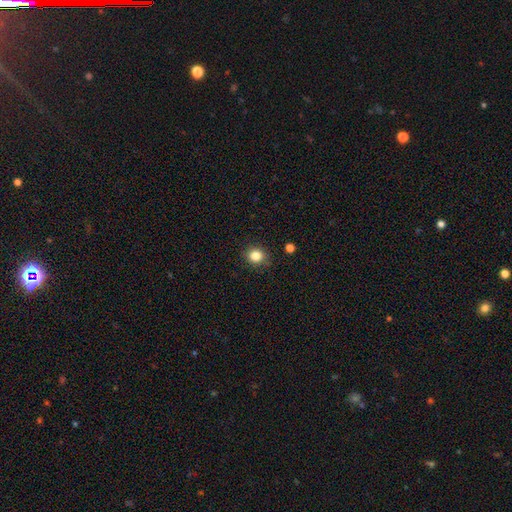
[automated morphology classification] Smooth or featured?
  - smooth: 84% *
  - star or artifact: 11%
  - featured or disk: 5%
How rounded?
  - round: 80% *
  - in between: 19%
  - cigar-shaped: 1%
Merging?
  - none: 87% *
  - minor disturbance: 9%
  - major disturbance: 2%
  - merger: 1%